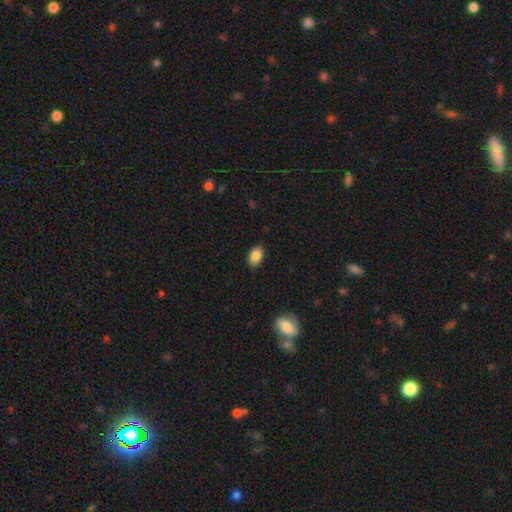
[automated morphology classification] The model was most divided on "how rounded": in between: 87%, round: 12%, cigar-shaped: 1%. More confident: merging — none (87%); smooth or featured — smooth (87%).